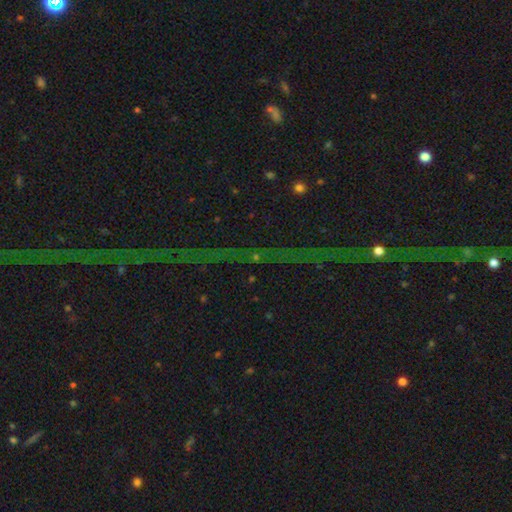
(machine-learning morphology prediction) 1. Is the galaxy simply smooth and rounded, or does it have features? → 78% star or artifact, 14% featured or disk, 9% smooth.